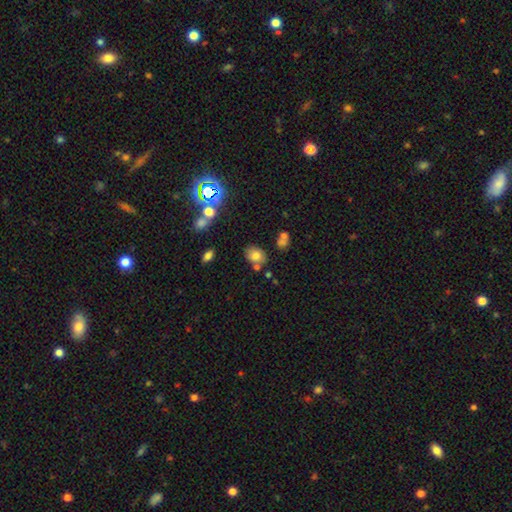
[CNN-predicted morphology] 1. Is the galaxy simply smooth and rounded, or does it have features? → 73% smooth, 15% star or artifact, 12% featured or disk.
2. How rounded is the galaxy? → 67% in between, 31% round, 1% cigar-shaped.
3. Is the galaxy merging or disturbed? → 68% none, 15% minor disturbance, 13% merger, 4% major disturbance.